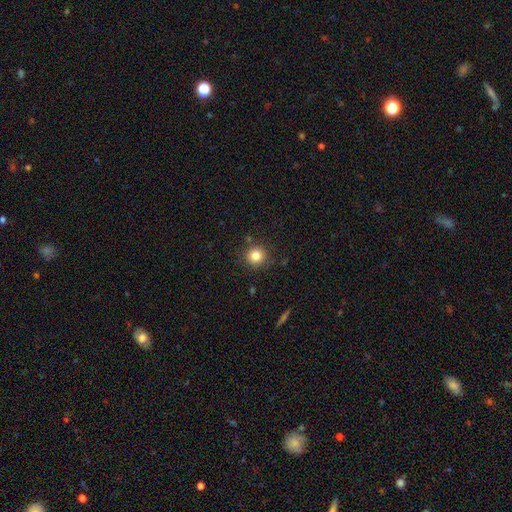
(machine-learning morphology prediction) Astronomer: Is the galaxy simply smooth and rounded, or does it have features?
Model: smooth — 82%.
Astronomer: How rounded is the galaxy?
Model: round — 93%.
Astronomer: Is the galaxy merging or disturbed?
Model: none — 86%.